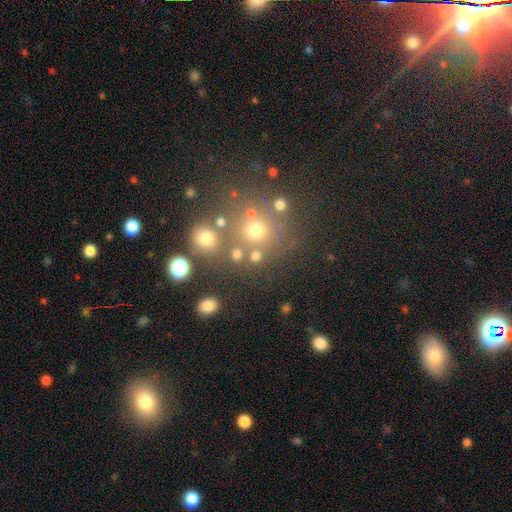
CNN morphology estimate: The model was most divided on "smooth or featured": smooth: 69%, star or artifact: 21%, featured or disk: 9%. More confident: how rounded — round (86%); merging — none (69%).